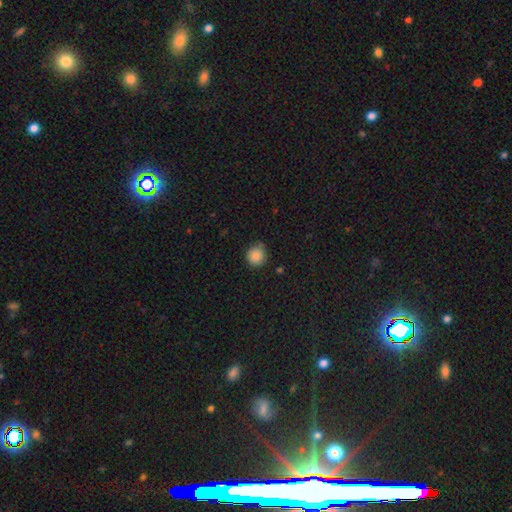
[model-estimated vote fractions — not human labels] smooth 84%, star or artifact 10%, featured or disk 6%. Down the decision tree: how rounded — round (89%); merging — none (72%).